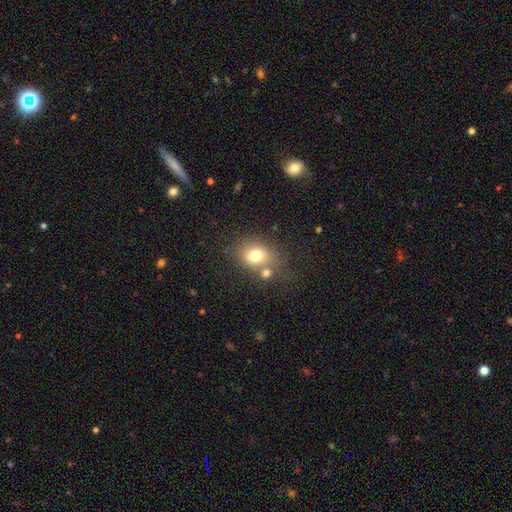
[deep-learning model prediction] smooth-or-featured: smooth: 74% | featured or disk: 14% | star or artifact: 12%
  how-rounded: round: 52% | in between: 47% | cigar-shaped: 1%
  merging: none: 55% | merger: 24% | minor disturbance: 14% | major disturbance: 7%